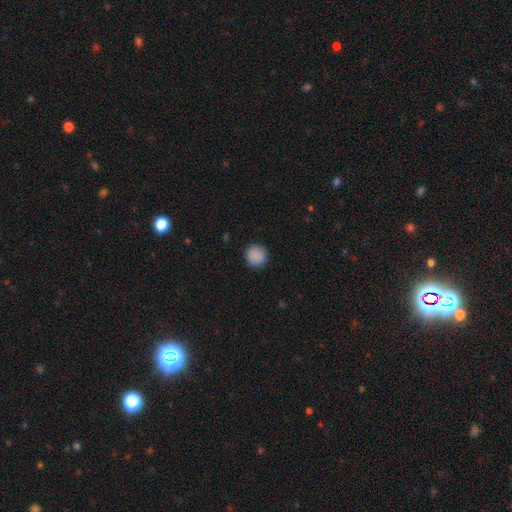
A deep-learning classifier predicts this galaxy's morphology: This is clearly a smooth galaxy (89%). How rounded: clearly round (93%). Merging: clearly none (88%).